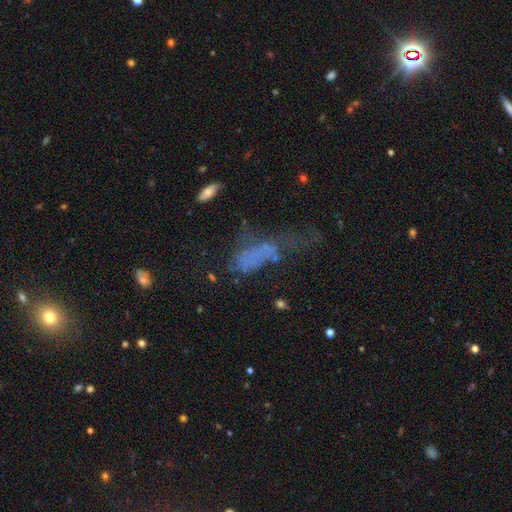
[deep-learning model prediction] Smooth or featured? Predicted: smooth (p=0.45). Merging? Predicted: major disturbance (p=0.43).